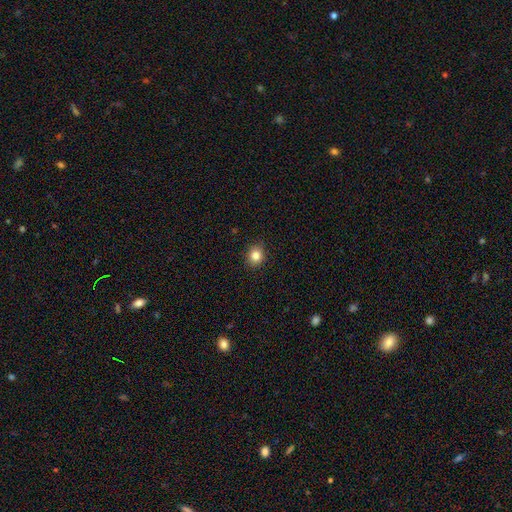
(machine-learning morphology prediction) Smooth or featured: smooth — 84% (star or artifact — 11%)
How rounded: round — 76% (in between — 23%)
Merging: none — 90% (minor disturbance — 7%)